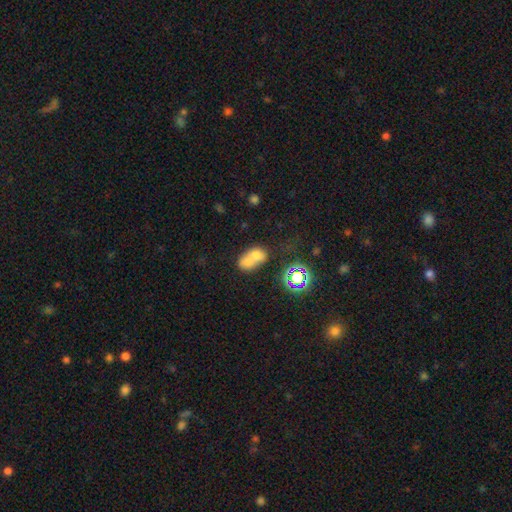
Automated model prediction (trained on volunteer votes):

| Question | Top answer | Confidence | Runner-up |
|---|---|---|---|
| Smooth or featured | smooth | 63% | featured or disk (22%) |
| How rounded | in between | 63% | round (35%) |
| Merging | merger | 68% | none (20%) |